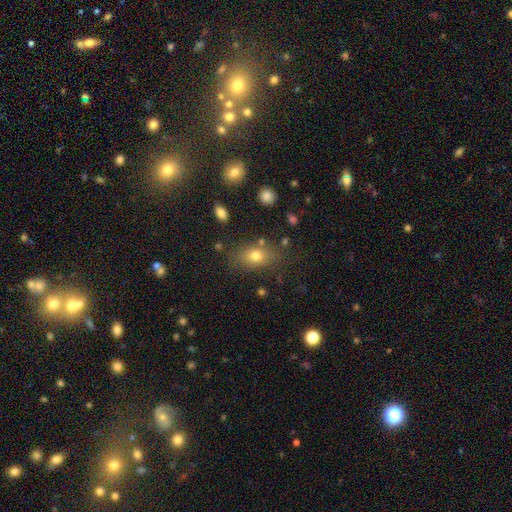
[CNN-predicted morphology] Smooth or featured? Predicted: smooth (p=0.74). How rounded? Predicted: in between (p=0.78). Merging? Predicted: none (p=0.75).